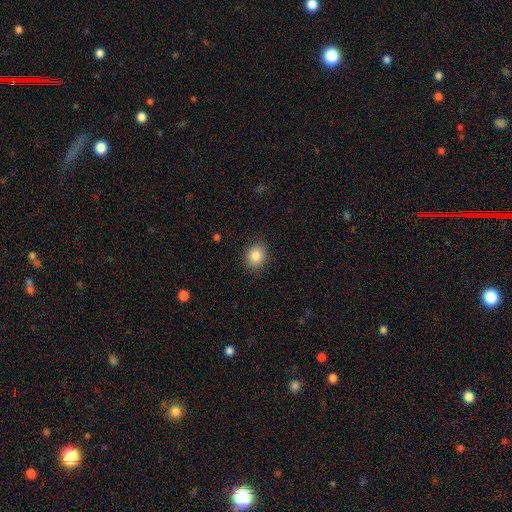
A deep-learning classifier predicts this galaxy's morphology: type=smooth (85%); roundness=round (67%); merging=none (87%).